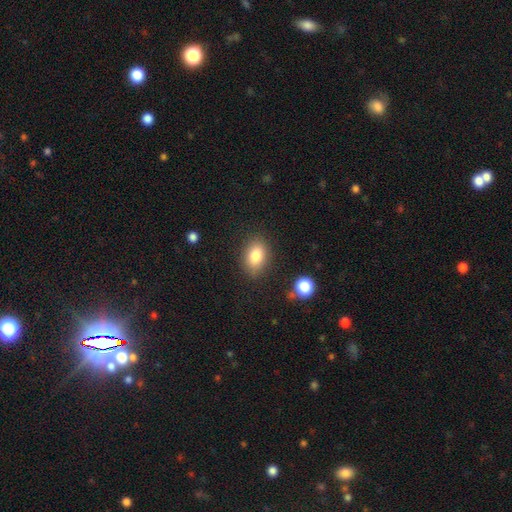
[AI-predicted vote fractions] smooth 83%, star or artifact 9%, featured or disk 8%. Down the decision tree: how rounded — in between (82%); merging — none (82%).